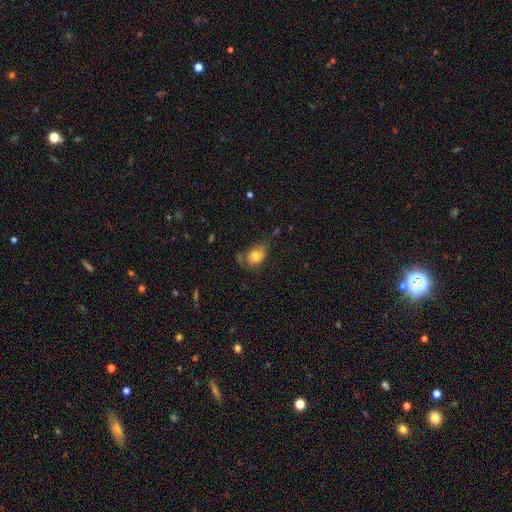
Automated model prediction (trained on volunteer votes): smooth 71%, featured or disk 20%, star or artifact 9%. Down the decision tree: how rounded — in between (70%); merging — none (49%).